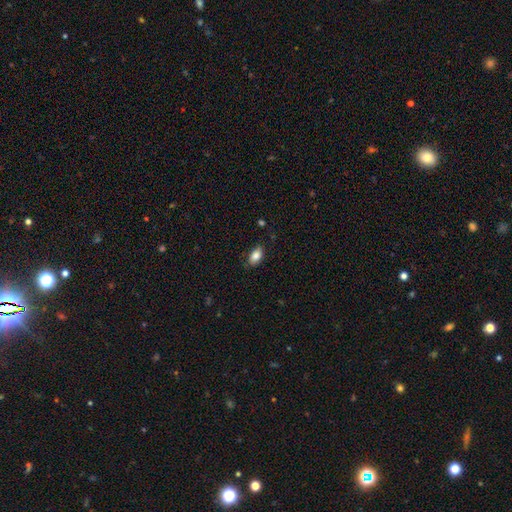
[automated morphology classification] type=smooth (84%); roundness=in between (91%); merging=none (80%).